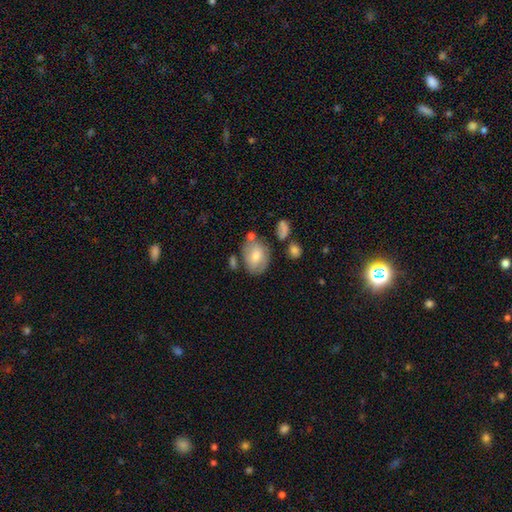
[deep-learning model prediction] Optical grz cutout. It shows a smooth galaxy with no disk features (60%) that is in between round and cigar-shaped (61%). Merging: none (60%).